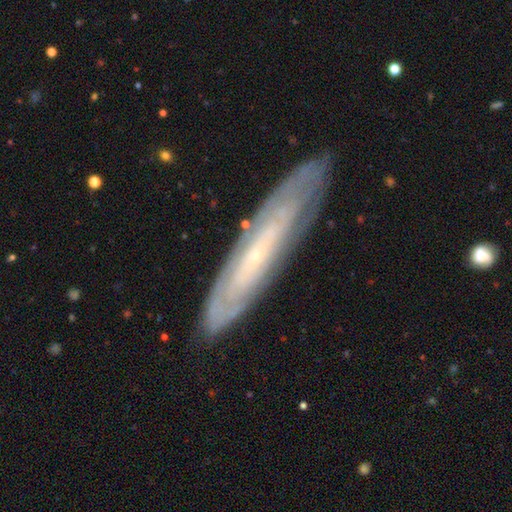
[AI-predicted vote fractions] smooth-or-featured: featured or disk: 72% | smooth: 21% | star or artifact: 7%
  disk-edge-on: no: 57% | yes: 43%
  merging: none: 84% | minor disturbance: 12% | major disturbance: 3% | merger: 1%